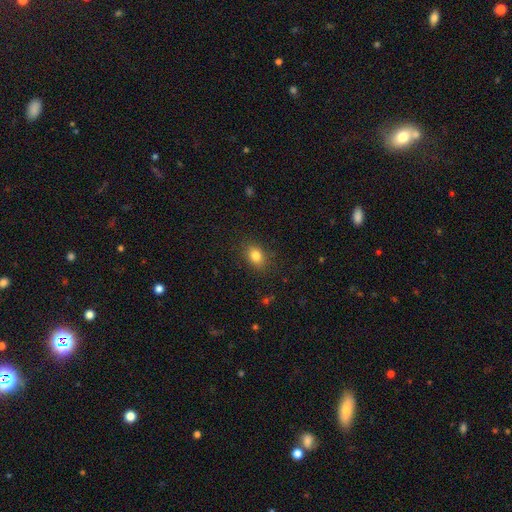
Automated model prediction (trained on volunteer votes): smooth_or_featured: smooth (p=0.82) [alt: star or artifact p=0.11]
how_rounded: in between (p=0.65) [alt: round p=0.34]
merging: none (p=0.85) [alt: minor disturbance p=0.11]